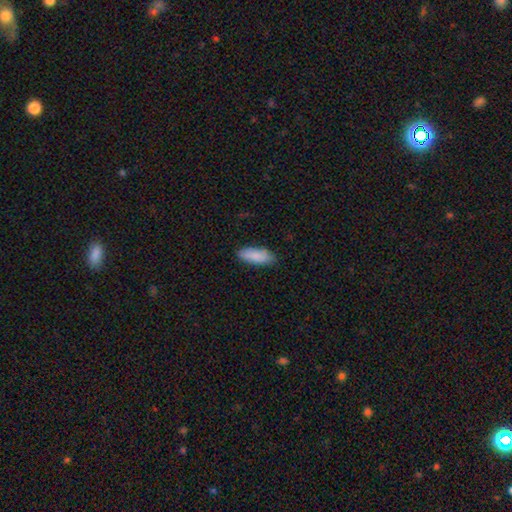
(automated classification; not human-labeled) Morphology: type=smooth (88%); roundness=in between (74%); merging=none (83%).